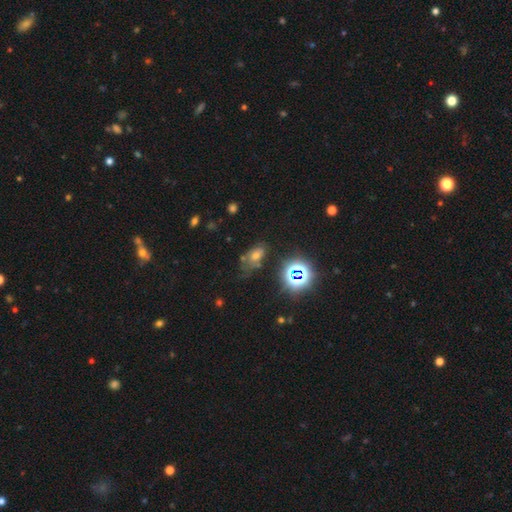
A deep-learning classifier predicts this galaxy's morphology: type=smooth (45%); merging=none (53%).